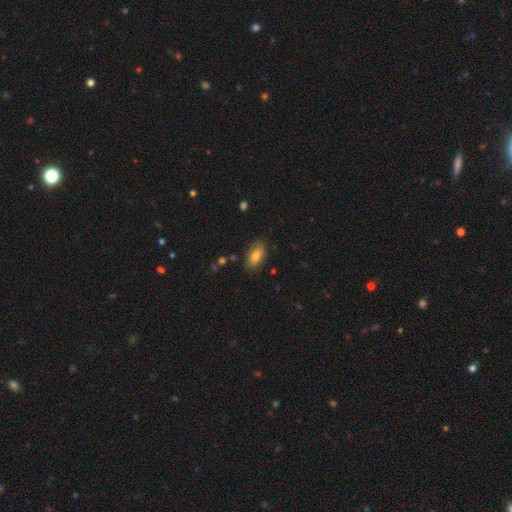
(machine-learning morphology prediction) A smooth galaxy with no disk features (80%) that is in between round and cigar-shaped (89%).

Vote fractions:
- Smooth or featured? smooth: 80% / featured or disk: 13% / star or artifact: 7%
- How rounded? in between: 89% / cigar-shaped: 8% / round: 3%
- Merging? none: 82% / minor disturbance: 13% / major disturbance: 3% / merger: 2%